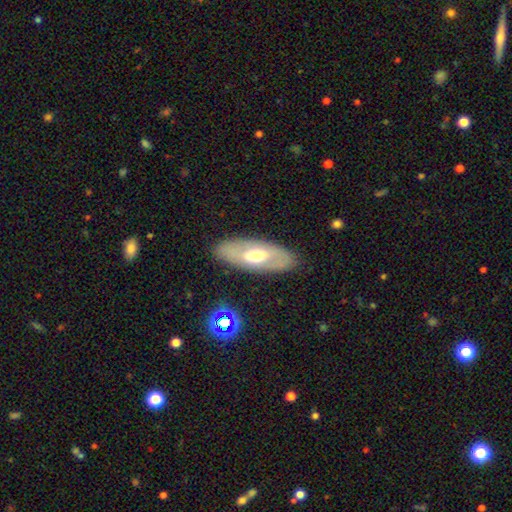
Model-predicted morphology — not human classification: Smooth or featured? featured or disk (52%)
Edge-on disk? no (80%)
Merging? none (85%)